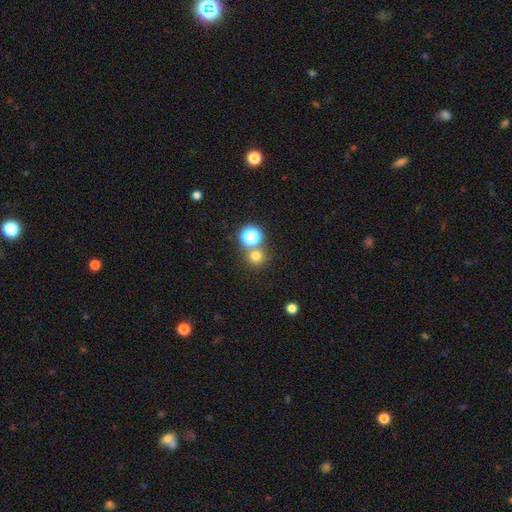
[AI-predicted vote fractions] A smooth galaxy with no disk features (72%) that is round (91%).

Vote fractions:
- Smooth or featured? smooth: 72% / star or artifact: 22% / featured or disk: 6%
- How rounded? round: 91% / in between: 8% / cigar-shaped: 1%
- Merging? none: 71% / merger: 19% / minor disturbance: 7% / major disturbance: 3%